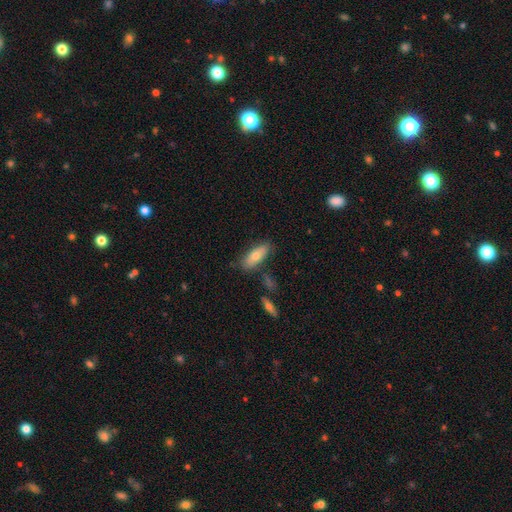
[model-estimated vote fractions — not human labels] The model was most divided on "how rounded": in between: 69%, cigar-shaped: 28%, round: 2%. More confident: merging — none (77%); smooth or featured — smooth (69%).